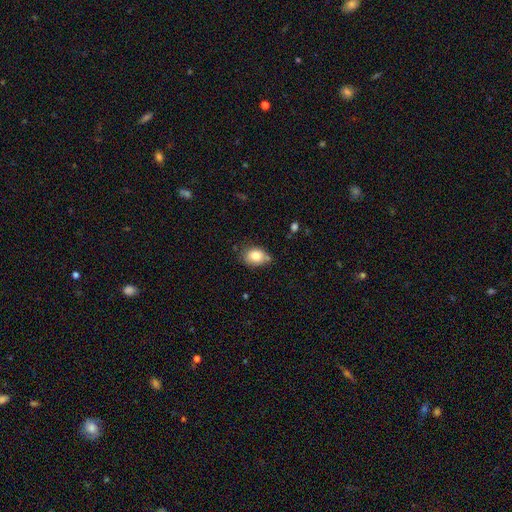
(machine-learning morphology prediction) Smooth or featured? smooth (81%)
How rounded? in between (65%)
Merging? none (65%)